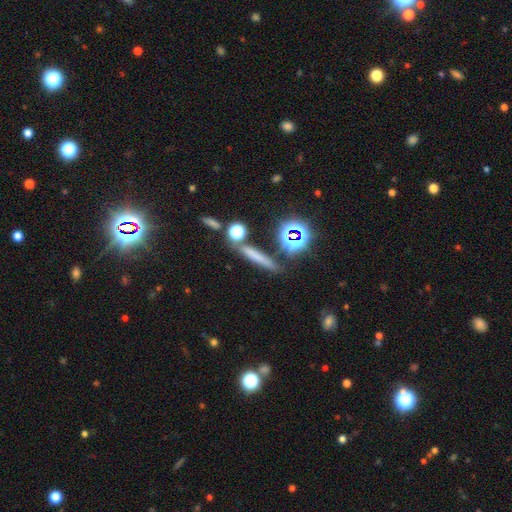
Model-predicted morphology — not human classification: This is possibly a smooth galaxy (58%). How rounded: likely cigar-shaped (76%). Merging: likely none (78%).